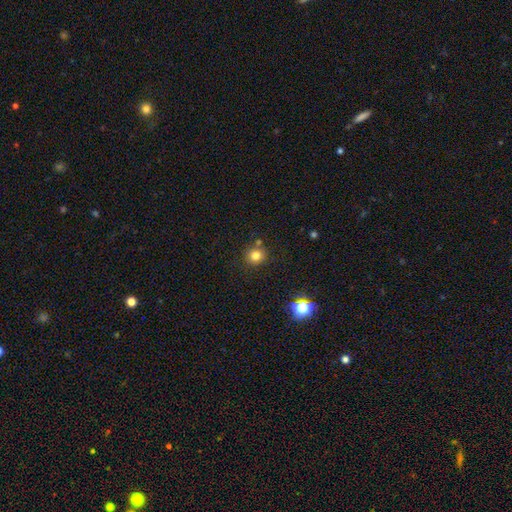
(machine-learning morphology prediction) Smooth or featured?
  - smooth: 78% *
  - star or artifact: 15%
  - featured or disk: 6%
How rounded?
  - round: 89% *
  - in between: 10%
  - cigar-shaped: 1%
Merging?
  - none: 78% *
  - minor disturbance: 10%
  - merger: 9%
  - major disturbance: 3%